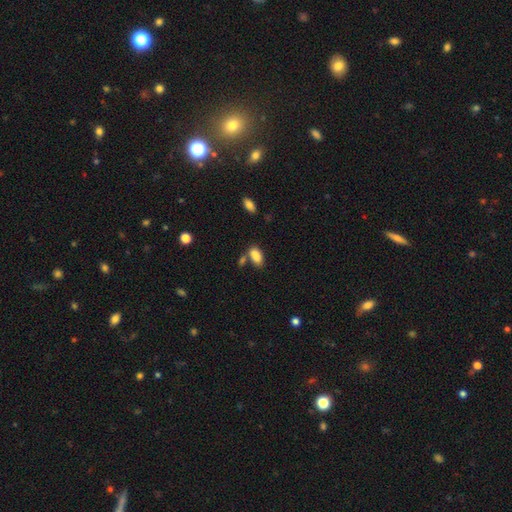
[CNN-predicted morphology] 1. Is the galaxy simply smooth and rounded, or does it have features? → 86% smooth, 9% star or artifact, 6% featured or disk.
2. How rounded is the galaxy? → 91% in between, 5% cigar-shaped, 4% round.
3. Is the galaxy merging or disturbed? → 58% none, 23% merger, 15% minor disturbance, 5% major disturbance.